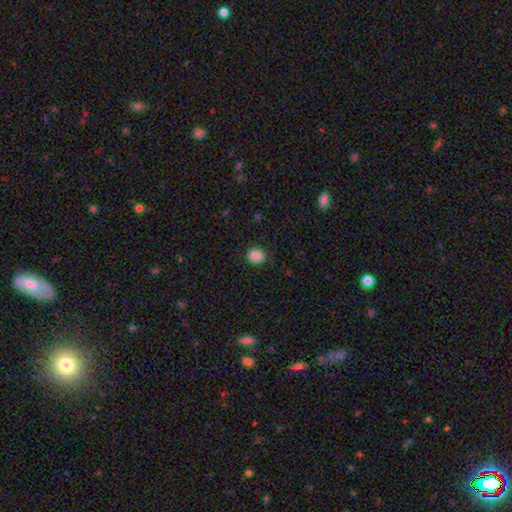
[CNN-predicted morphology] smooth-or-featured: smooth: 86% | star or artifact: 10% | featured or disk: 4%
  how-rounded: round: 66% | in between: 34% | cigar-shaped: 1%
  merging: none: 85% | minor disturbance: 11% | major disturbance: 3% | merger: 1%